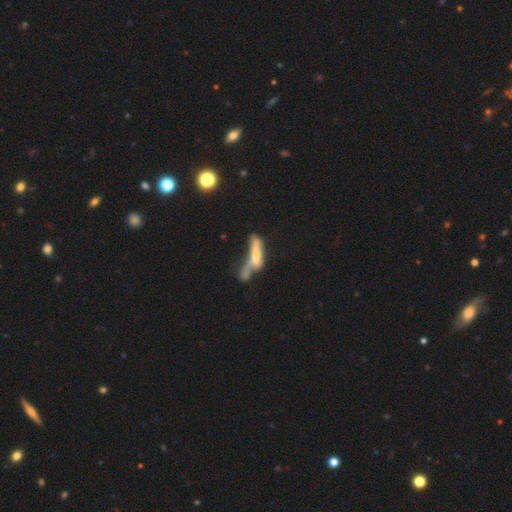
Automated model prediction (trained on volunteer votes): A smooth galaxy with no disk features (47%).

Vote fractions:
- Smooth or featured? smooth: 47% / featured or disk: 42% / star or artifact: 11%
- Merging? merger: 35% / major disturbance: 34% / none: 17% / minor disturbance: 14%